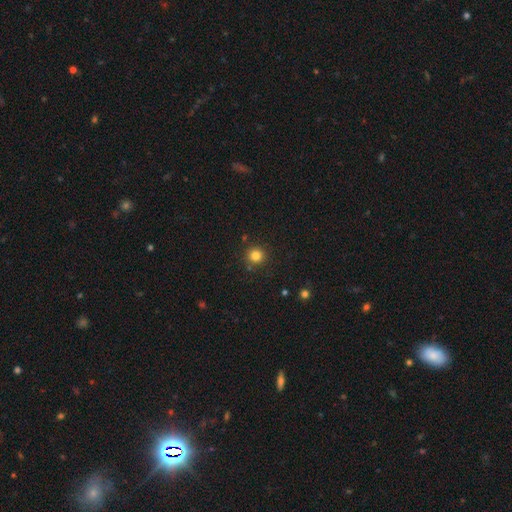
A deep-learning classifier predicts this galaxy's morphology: Smooth or featured? Predicted: smooth (p=0.81). How rounded? Predicted: round (p=0.94). Merging? Predicted: none (p=0.88).